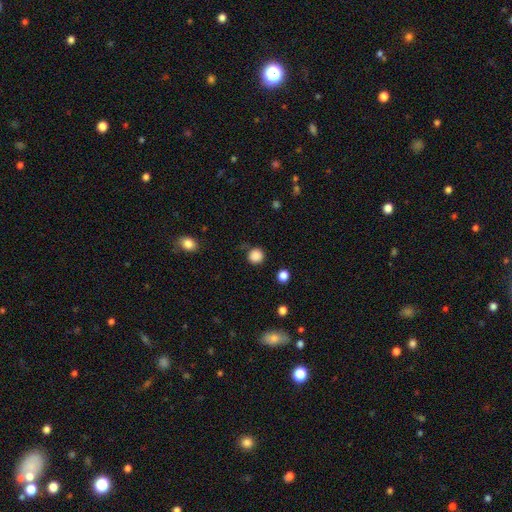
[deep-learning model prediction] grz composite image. It shows a smooth galaxy with no disk features (86%) that is round (94%). Merging: none (84%).